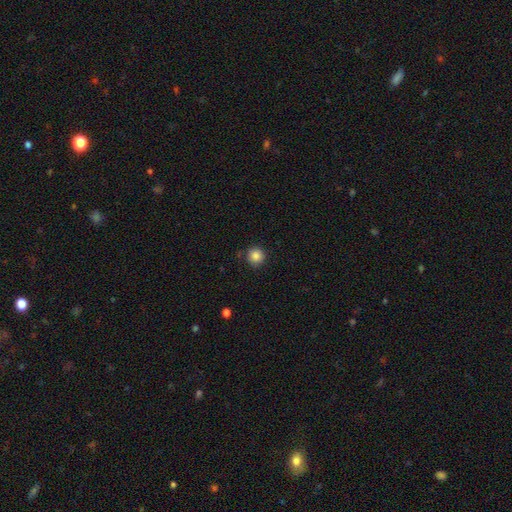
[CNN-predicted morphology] Q: Smooth or featured?
A: smooth (85%); runner-up: star or artifact (11%)
Q: How rounded?
A: round (95%); runner-up: in between (4%)
Q: Merging?
A: none (87%); runner-up: minor disturbance (9%)